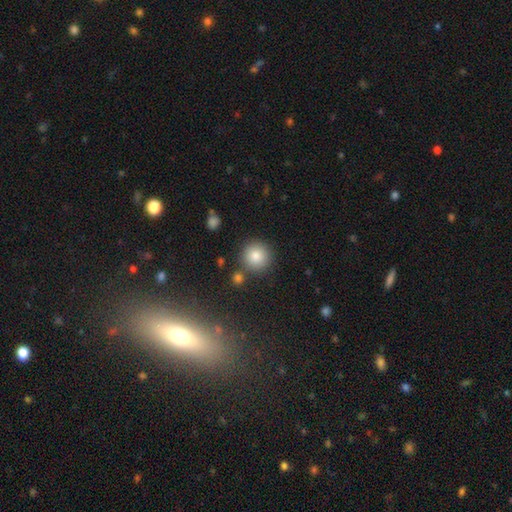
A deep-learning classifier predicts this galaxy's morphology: Overall: smooth (83%). How rounded: round (94%). Merging: none (83%).